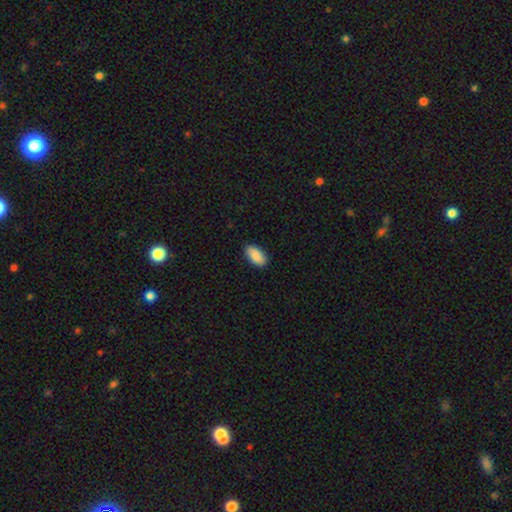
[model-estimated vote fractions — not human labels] Smooth or featured? smooth (88%)
How rounded? in between (93%)
Merging? none (89%)